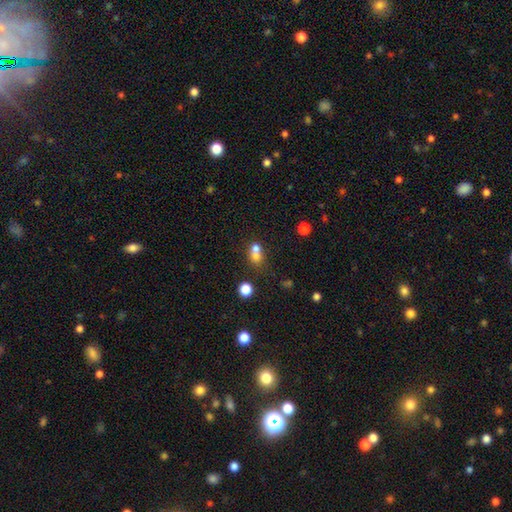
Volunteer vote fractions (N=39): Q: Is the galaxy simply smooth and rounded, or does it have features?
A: smooth — 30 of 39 (77%).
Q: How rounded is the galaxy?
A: round — 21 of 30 (70%).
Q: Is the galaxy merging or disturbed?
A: none — 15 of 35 (43%).